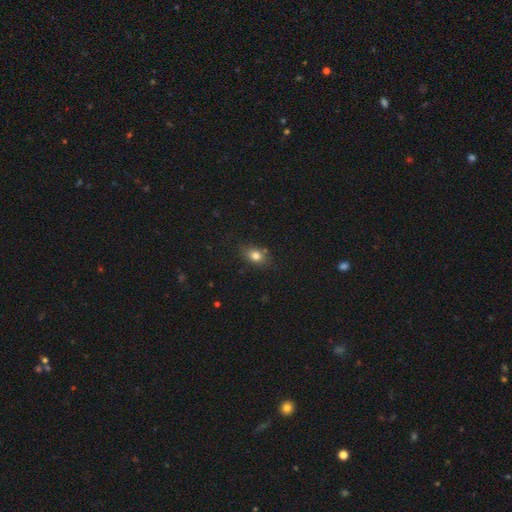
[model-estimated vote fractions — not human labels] Smooth or featured? Predicted: smooth (p=0.79). How rounded? Predicted: in between (p=0.72). Merging? Predicted: none (p=0.77).